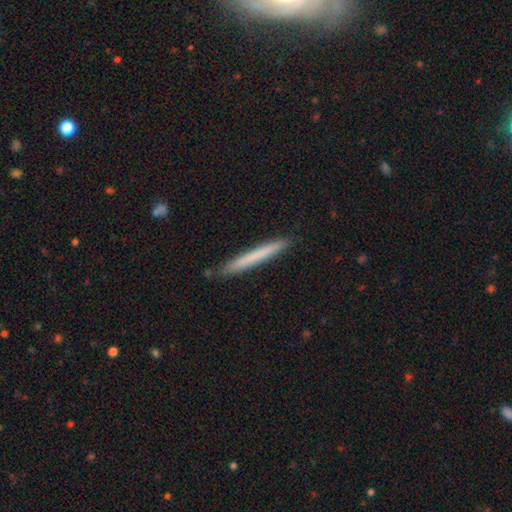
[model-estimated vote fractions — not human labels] smooth-or-featured: smooth: 67% | featured or disk: 27% | star or artifact: 6%
  how-rounded: cigar-shaped: 97% | in between: 2% | round: 1%
  merging: none: 89% | minor disturbance: 8% | major disturbance: 1% | merger: 1%